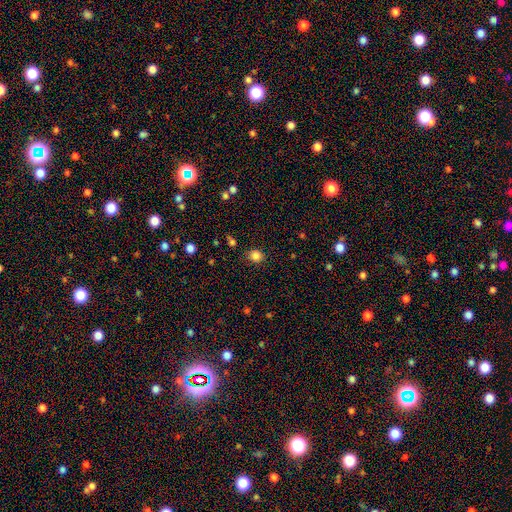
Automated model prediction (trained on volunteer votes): Smooth or featured?
  - smooth: 83% *
  - star or artifact: 12%
  - featured or disk: 4%
How rounded?
  - round: 73% *
  - in between: 26%
  - cigar-shaped: 1%
Merging?
  - none: 84% *
  - minor disturbance: 11%
  - major disturbance: 3%
  - merger: 2%